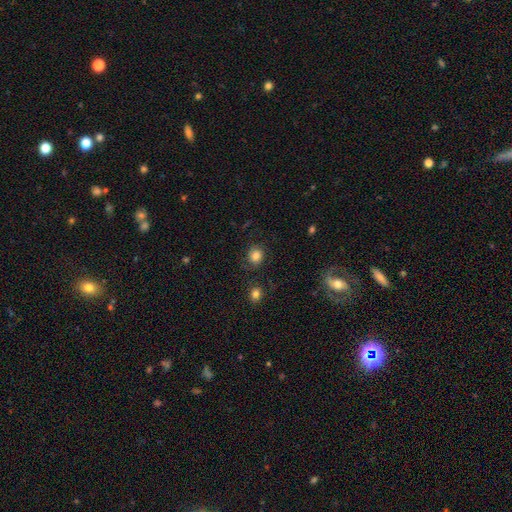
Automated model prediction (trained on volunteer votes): The model was most divided on "how rounded": round: 73%, in between: 26%, cigar-shaped: 1%. More confident: smooth or featured — smooth (81%); merging — none (77%).